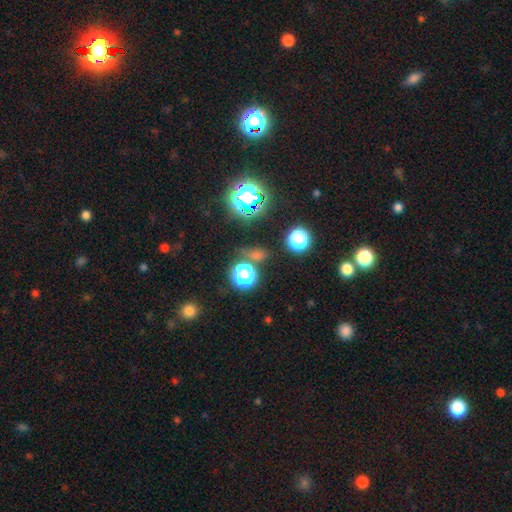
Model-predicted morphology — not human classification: Q: Smooth or featured?
A: star or artifact (46%); tied with: smooth (46%)